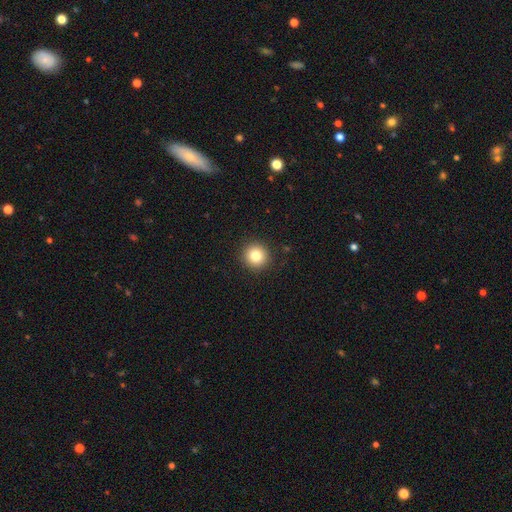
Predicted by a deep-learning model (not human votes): The model was most divided on "smooth or featured": smooth: 82%, star or artifact: 11%, featured or disk: 7%. More confident: how rounded — round (94%); merging — none (92%).